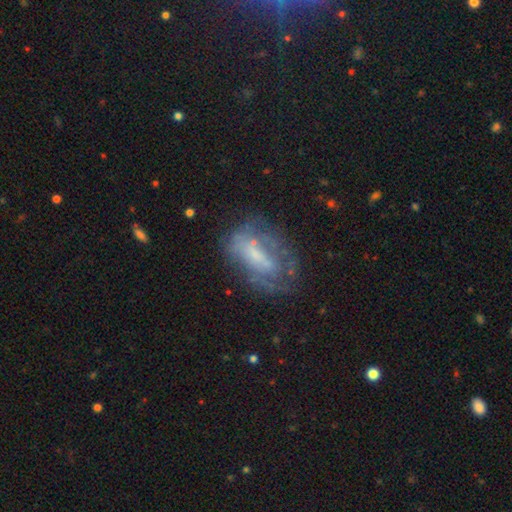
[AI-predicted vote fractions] Overall: featured or disk (57%; smooth 33%). Edge-on disk: no (92%). Bar: no (49%; weak 35%). Spiral arms: no (59%; yes 41%). Bulge size: small (41%; moderate 27%). Merging: none (50%; minor disturbance 24%).